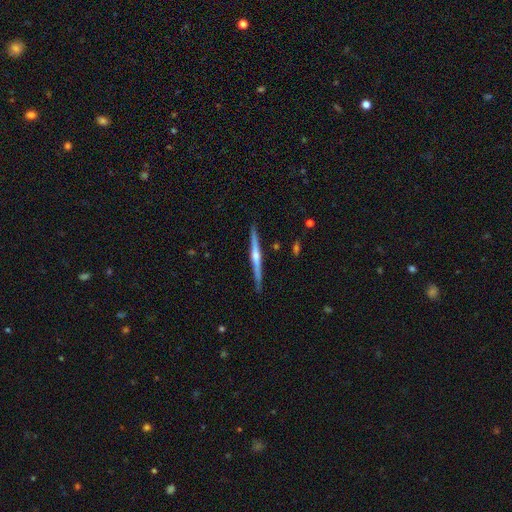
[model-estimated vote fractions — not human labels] A featured or disk galaxy (81%) viewed edge-on (99%) with a rounded central bulge (80%).

Vote fractions:
- Smooth or featured? featured or disk: 81% / smooth: 14% / star or artifact: 5%
- Edge-on disk? yes: 99% / no: 1%
- Edge-on bulge? rounded: 80% / none: 12% / boxy: 9%
- Merging? none: 91% / minor disturbance: 7% / major disturbance: 1% / merger: 1%